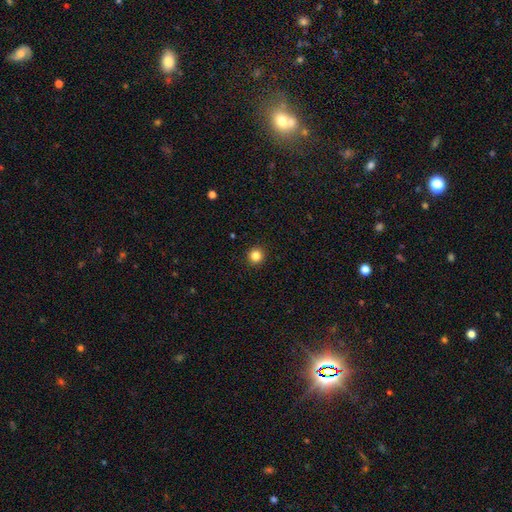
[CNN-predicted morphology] This appears to be a smooth galaxy with no disk features (84%) that is round (95%). Merging: none (93%).